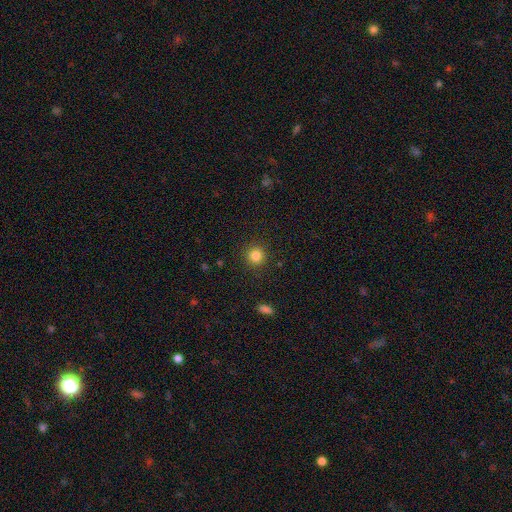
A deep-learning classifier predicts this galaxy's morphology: A smooth galaxy with no disk features (84%) that is round (93%).

Vote fractions:
- Smooth or featured? smooth: 84% / star or artifact: 11% / featured or disk: 5%
- How rounded? round: 93% / in between: 6% / cigar-shaped: 1%
- Merging? none: 91% / minor disturbance: 6% / major disturbance: 2% / merger: 1%